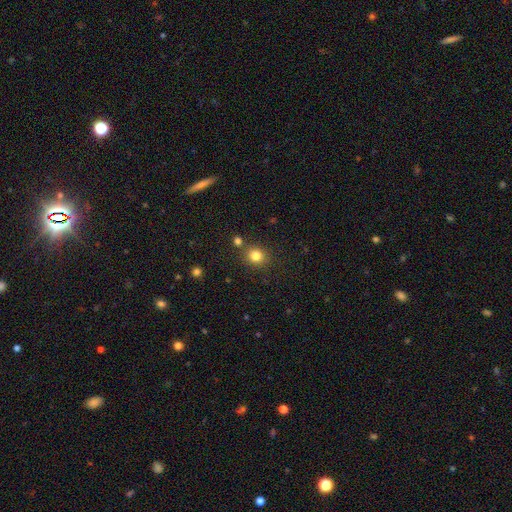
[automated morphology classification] Smooth or featured?
  - smooth: 81% *
  - star or artifact: 13%
  - featured or disk: 6%
How rounded?
  - round: 83% *
  - in between: 16%
  - cigar-shaped: 1%
Merging?
  - none: 80% *
  - minor disturbance: 9%
  - merger: 8%
  - major disturbance: 3%